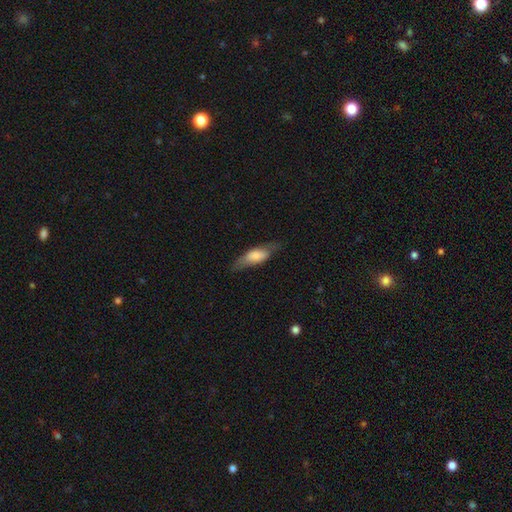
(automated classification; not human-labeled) Smooth or featured? Predicted: smooth (p=0.65). How rounded? Predicted: in between (p=0.60). Merging? Predicted: none (p=0.69).